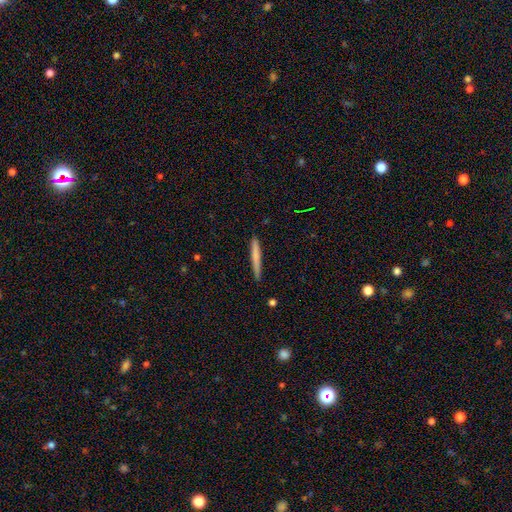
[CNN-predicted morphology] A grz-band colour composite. It shows a smooth galaxy with no disk features (71%) that is cigar-shaped (96%). Merging: none (89%).